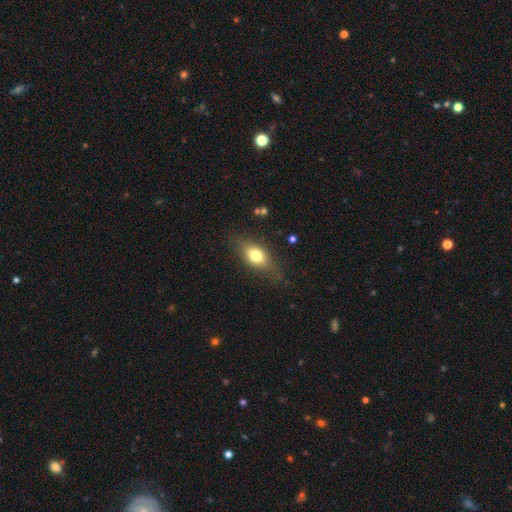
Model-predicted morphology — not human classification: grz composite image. It shows a smooth galaxy with no disk features (69%) that is in between round and cigar-shaped (73%). Merging: none (72%).